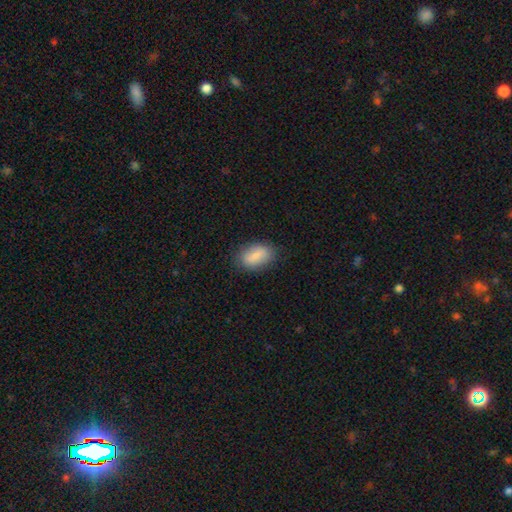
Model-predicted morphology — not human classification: Overall: smooth (80%). How rounded: in between (89%). Merging: none (82%).